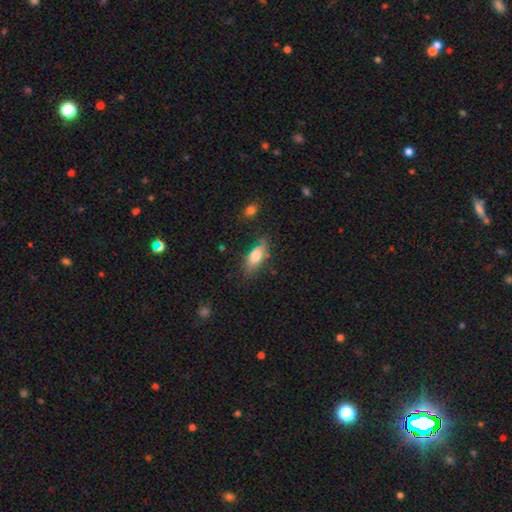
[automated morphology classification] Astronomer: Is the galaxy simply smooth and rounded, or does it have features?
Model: smooth — 73%.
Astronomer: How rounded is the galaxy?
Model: in between — 81%.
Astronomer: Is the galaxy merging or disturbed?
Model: none — 70%.